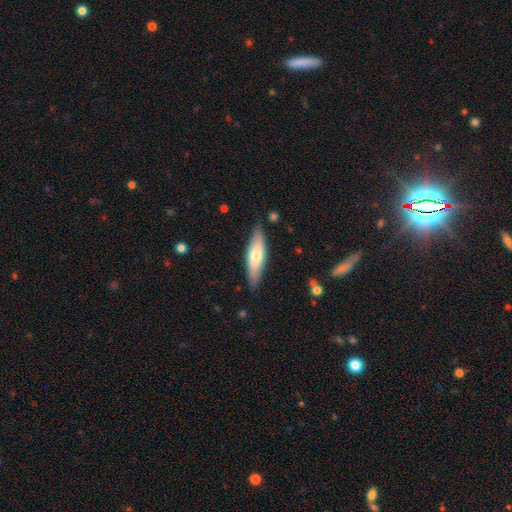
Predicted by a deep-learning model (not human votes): Overall: smooth (61%; featured or disk 34%). How rounded: cigar-shaped (55%; in between 44%). Merging: none (84%).